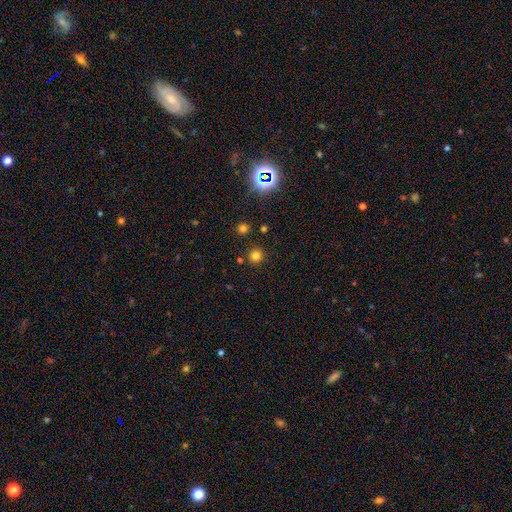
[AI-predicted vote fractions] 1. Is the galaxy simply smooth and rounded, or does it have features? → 77% smooth, 18% star or artifact, 5% featured or disk.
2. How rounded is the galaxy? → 94% round, 5% in between, 1% cigar-shaped.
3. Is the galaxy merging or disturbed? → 88% none, 6% minor disturbance, 4% merger, 2% major disturbance.